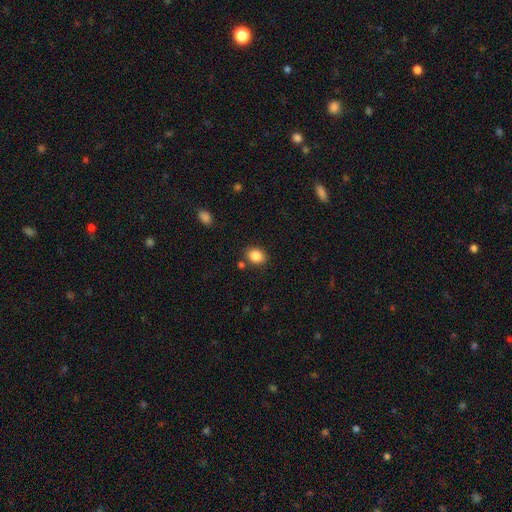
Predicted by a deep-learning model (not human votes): This is clearly a smooth galaxy (87%). How rounded: possibly in between (58%). Merging: clearly none (81%).